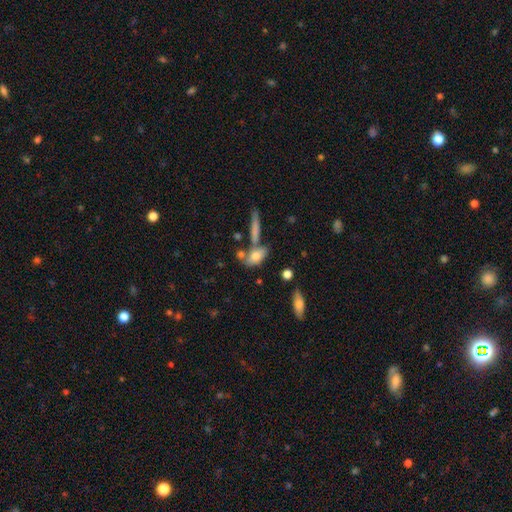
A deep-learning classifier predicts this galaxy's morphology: smooth 73%, featured or disk 19%, star or artifact 8%. Down the decision tree: how rounded — in between (75%); merging — none (53%).